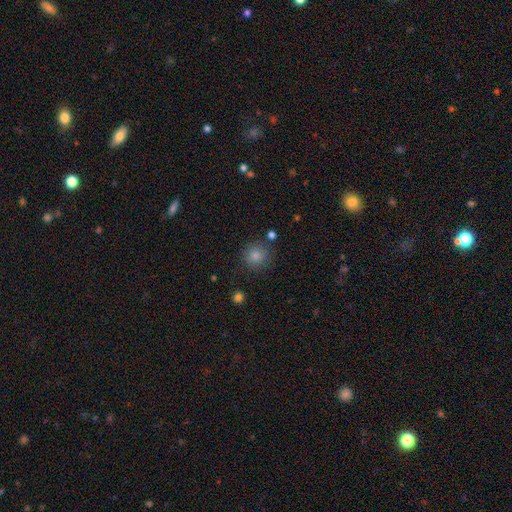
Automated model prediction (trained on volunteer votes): Morphology: type=smooth (84%); roundness=round (91%); merging=none (82%).